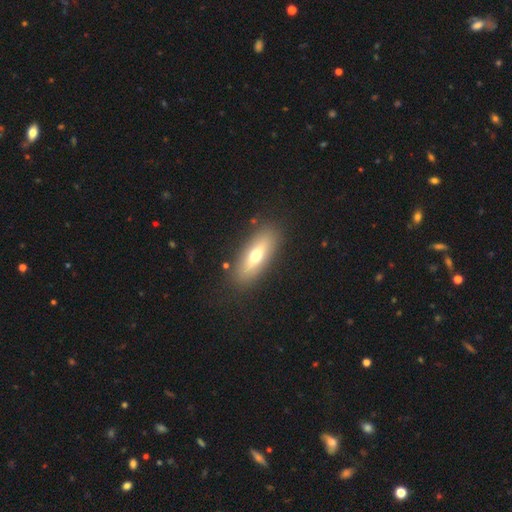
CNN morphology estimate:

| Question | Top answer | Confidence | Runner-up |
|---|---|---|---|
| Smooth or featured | smooth | 58% | featured or disk (35%) |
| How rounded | in between | 57% | cigar-shaped (40%) |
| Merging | none | 86% | minor disturbance (9%) |